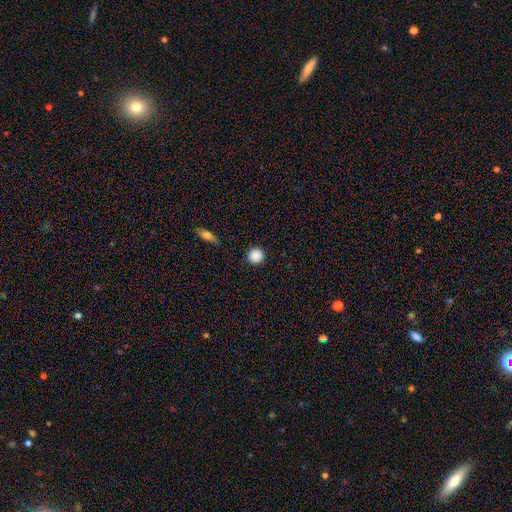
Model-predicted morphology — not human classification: This appears to be a smooth galaxy with no disk features (89%) that is round (95%). Merging: none (92%).